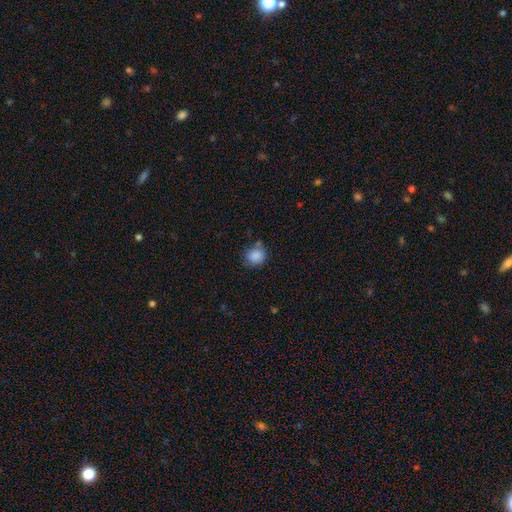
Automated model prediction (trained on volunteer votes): smooth 86%, star or artifact 9%, featured or disk 5%. Down the decision tree: how rounded — round (71%); merging — none (62%).